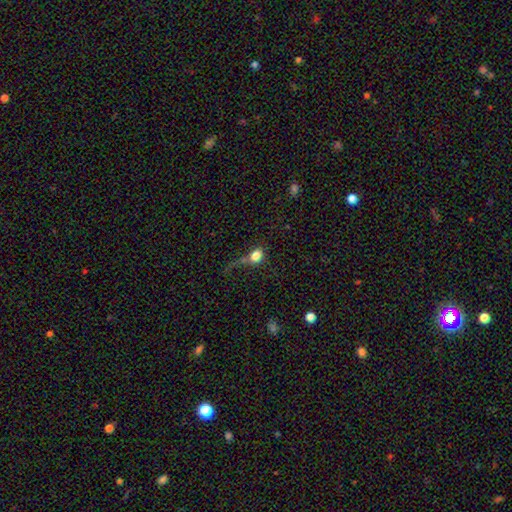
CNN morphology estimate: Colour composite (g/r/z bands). It shows a smooth galaxy with no disk features (79%) that is in between round and cigar-shaped (49%, tied with round). Merging: none (37%).